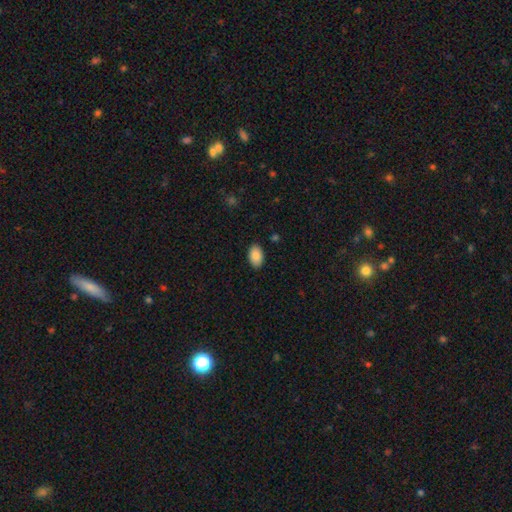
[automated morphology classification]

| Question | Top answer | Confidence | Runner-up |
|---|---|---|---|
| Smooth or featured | smooth | 88% | star or artifact (7%) |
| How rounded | in between | 92% | round (7%) |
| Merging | none | 88% | minor disturbance (8%) |